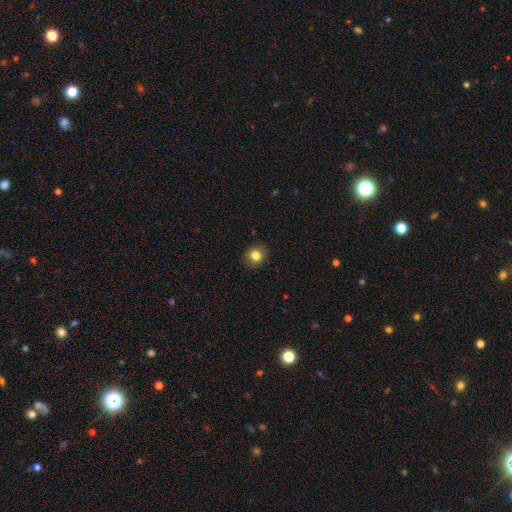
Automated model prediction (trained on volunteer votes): Q: Smooth or featured?
A: smooth (82%); runner-up: star or artifact (11%)
Q: How rounded?
A: round (82%); runner-up: in between (17%)
Q: Merging?
A: none (90%); runner-up: minor disturbance (7%)